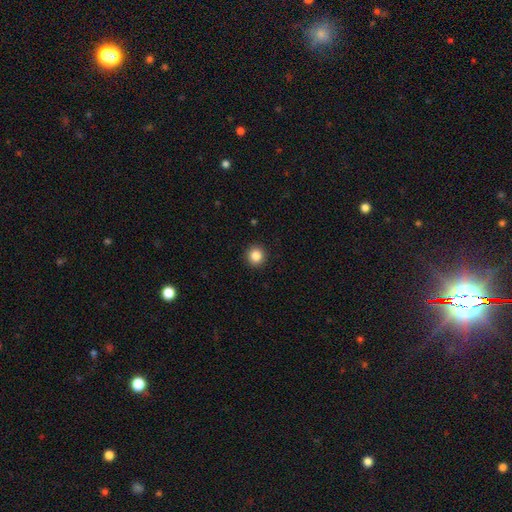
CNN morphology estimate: The model was most divided on "smooth or featured": smooth: 86%, star or artifact: 10%, featured or disk: 4%. More confident: how rounded — round (95%); merging — none (92%).